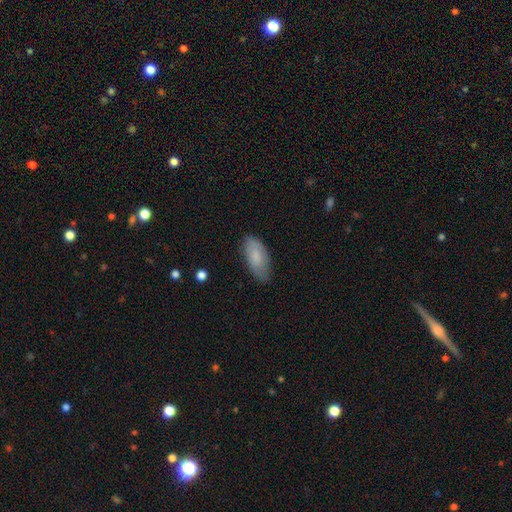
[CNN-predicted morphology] type=smooth (79%); roundness=in between (89%); merging=none (76%).